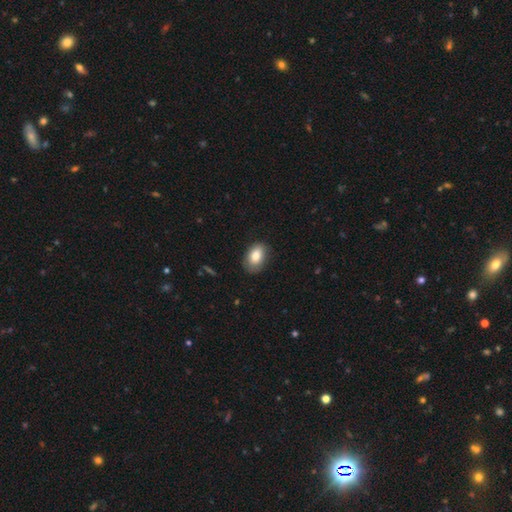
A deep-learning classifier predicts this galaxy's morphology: Smooth or featured: smooth — 82% (featured or disk — 10%)
How rounded: in between — 85% (round — 14%)
Merging: none — 79% (minor disturbance — 17%)